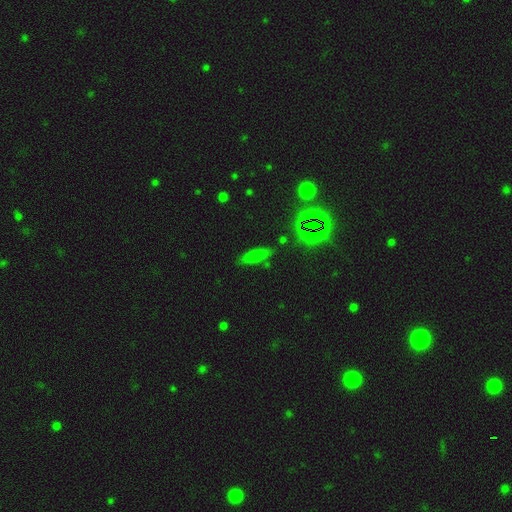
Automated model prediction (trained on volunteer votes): Smooth or featured?
  - smooth: 65% *
  - star or artifact: 19%
  - featured or disk: 16%
How rounded?
  - cigar-shaped: 55% *
  - in between: 42%
  - round: 4%
Merging?
  - none: 80% *
  - minor disturbance: 13%
  - major disturbance: 4%
  - merger: 3%